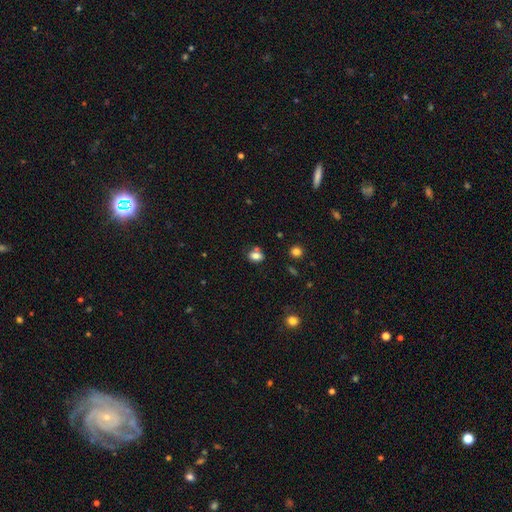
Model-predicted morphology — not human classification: Smooth or featured? smooth (79%)
How rounded? in between (60%)
Merging? none (61%)